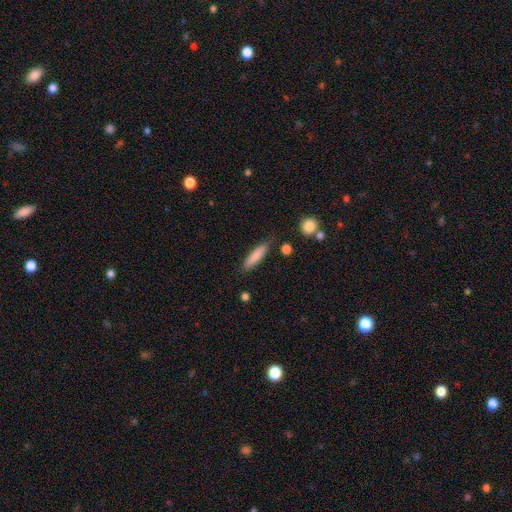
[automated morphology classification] Smooth or featured? Predicted: smooth (p=0.82). How rounded? Predicted: cigar-shaped (p=0.77). Merging? Predicted: none (p=0.81).